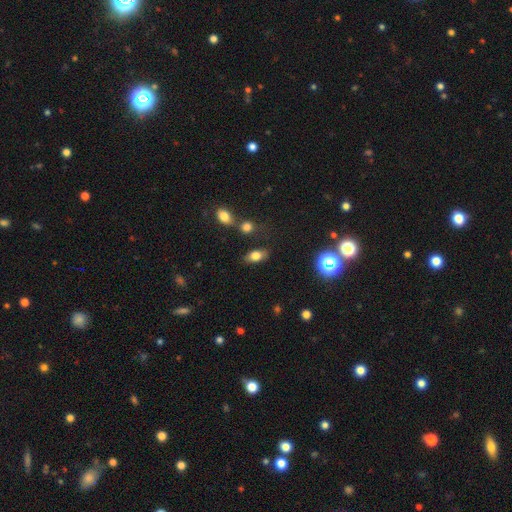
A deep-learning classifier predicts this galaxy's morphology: A smooth galaxy with no disk features (74%) that is in between round and cigar-shaped (84%).

Vote fractions:
- Smooth or featured? smooth: 74% / featured or disk: 14% / star or artifact: 12%
- How rounded? in between: 84% / round: 10% / cigar-shaped: 7%
- Merging? none: 73% / minor disturbance: 14% / merger: 8% / major disturbance: 5%